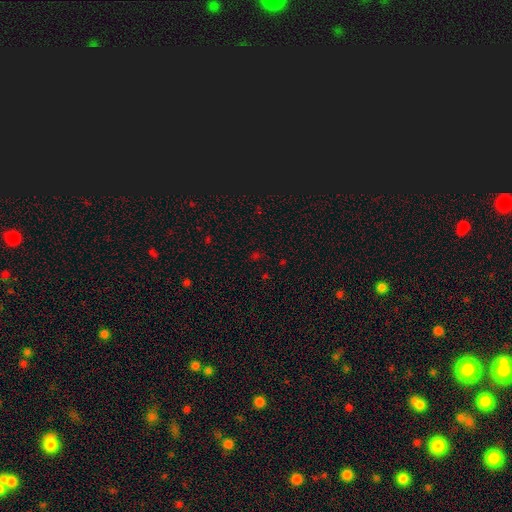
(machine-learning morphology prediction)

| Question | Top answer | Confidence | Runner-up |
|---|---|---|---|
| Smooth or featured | star or artifact | 55% | smooth (38%) |